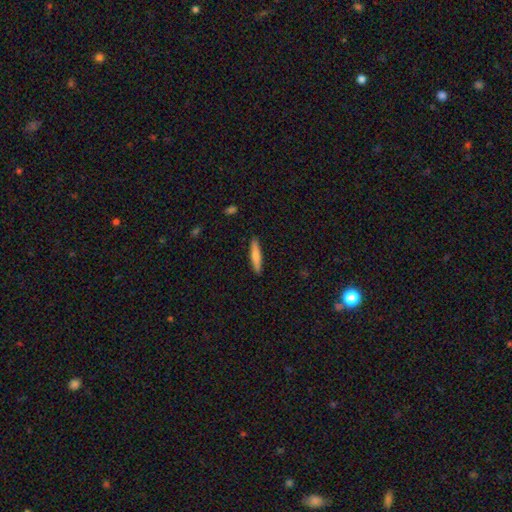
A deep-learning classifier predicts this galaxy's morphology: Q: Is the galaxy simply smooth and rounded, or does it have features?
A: smooth — 74%.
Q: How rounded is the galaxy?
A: cigar-shaped — 88%.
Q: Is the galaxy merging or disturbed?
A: none — 90%.